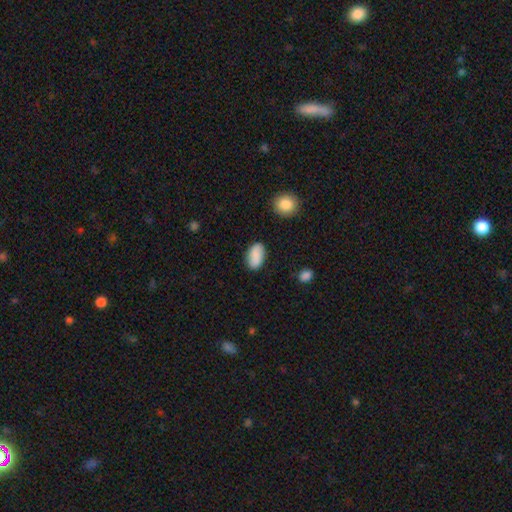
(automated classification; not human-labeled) Q: Smooth or featured?
A: smooth (86%); runner-up: star or artifact (7%)
Q: How rounded?
A: in between (92%); runner-up: round (6%)
Q: Merging?
A: none (83%); runner-up: minor disturbance (12%)